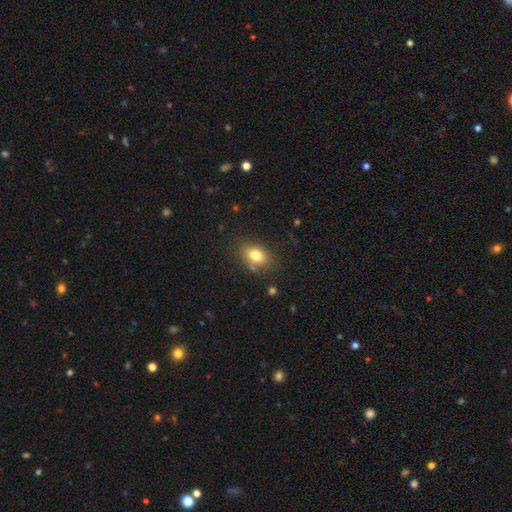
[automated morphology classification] Q: Smooth or featured?
A: smooth (77%); runner-up: featured or disk (12%)
Q: How rounded?
A: in between (73%); runner-up: round (25%)
Q: Merging?
A: none (78%); runner-up: minor disturbance (14%)